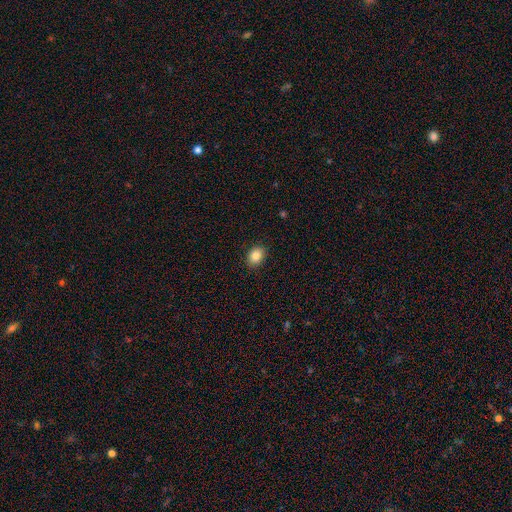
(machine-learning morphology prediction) Smooth or featured? Predicted: smooth (p=0.85). How rounded? Predicted: in between (p=0.70). Merging? Predicted: none (p=0.89).